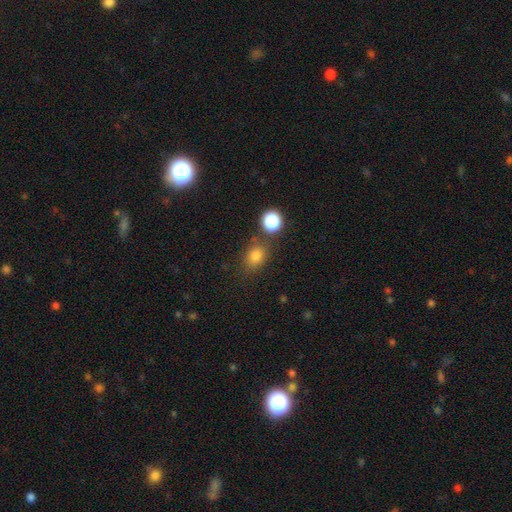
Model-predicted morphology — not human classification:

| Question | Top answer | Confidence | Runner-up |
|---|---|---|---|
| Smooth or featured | smooth | 79% | star or artifact (14%) |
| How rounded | round | 50% | in between (49%) |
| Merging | none | 70% | minor disturbance (14%) |